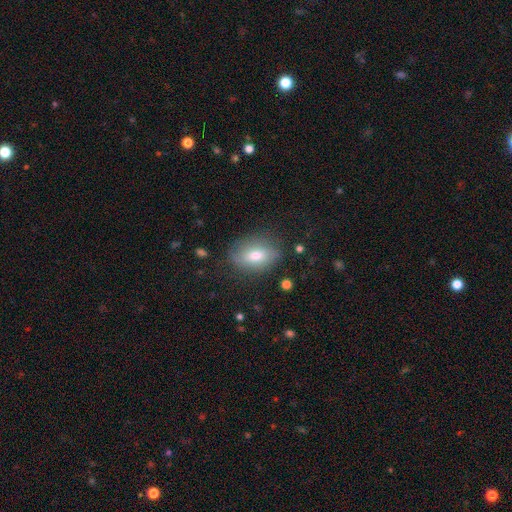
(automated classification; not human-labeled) smooth-or-featured: smooth: 68% | featured or disk: 23% | star or artifact: 9%
  how-rounded: in between: 79% | round: 18% | cigar-shaped: 3%
  merging: none: 72% | minor disturbance: 20% | major disturbance: 6% | merger: 2%